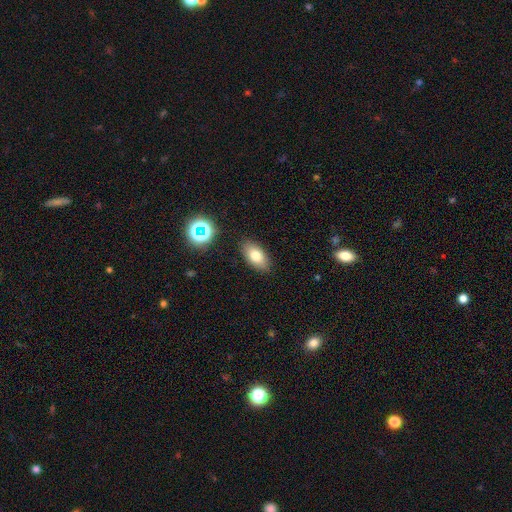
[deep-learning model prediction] This appears to be a smooth galaxy with no disk features (75%) that is in between round and cigar-shaped (91%). Merging: none (86%).